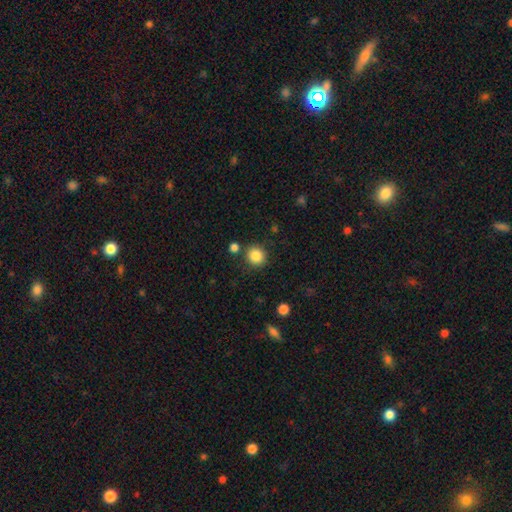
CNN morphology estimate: smooth 85%, star or artifact 10%, featured or disk 4%. Down the decision tree: how rounded — round (91%); merging — none (84%).